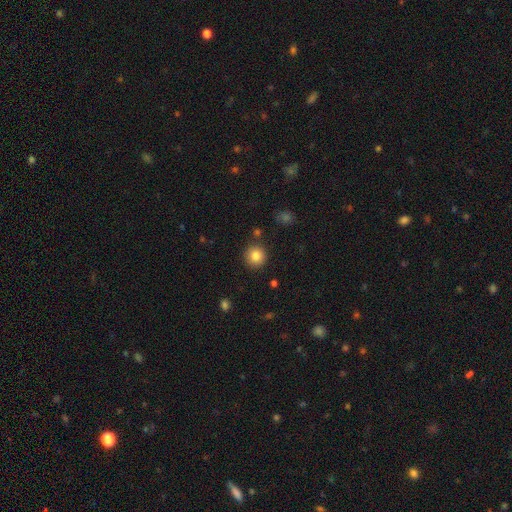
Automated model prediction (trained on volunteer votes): This is clearly a smooth galaxy (84%). How rounded: clearly round (93%). Merging: clearly none (88%).